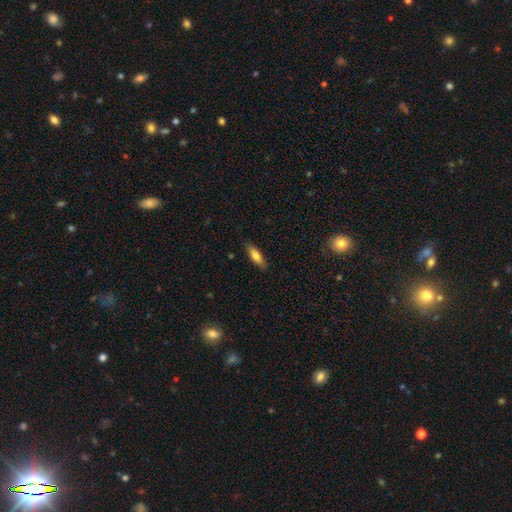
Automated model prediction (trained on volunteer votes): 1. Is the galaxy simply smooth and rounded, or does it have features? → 77% smooth, 17% featured or disk, 7% star or artifact.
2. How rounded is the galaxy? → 57% in between, 41% cigar-shaped, 2% round.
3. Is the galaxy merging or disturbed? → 85% none, 12% minor disturbance, 2% major disturbance, 1% merger.